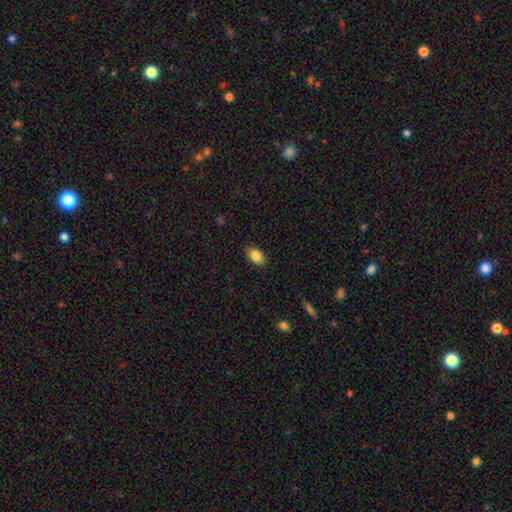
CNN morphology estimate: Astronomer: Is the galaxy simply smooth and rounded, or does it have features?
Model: smooth — 86%.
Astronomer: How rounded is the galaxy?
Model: in between — 89%.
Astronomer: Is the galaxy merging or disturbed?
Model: none — 87%.